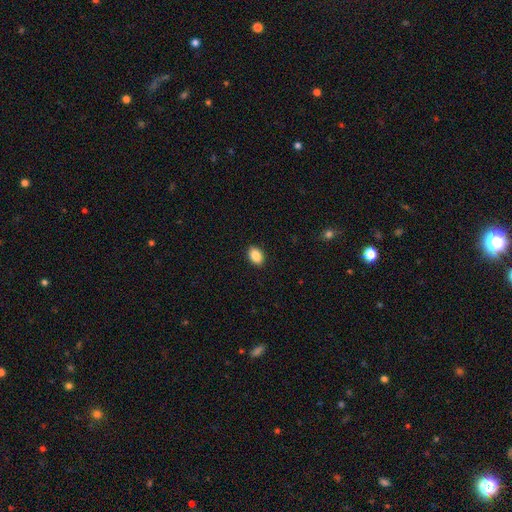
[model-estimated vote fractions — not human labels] A smooth galaxy with no disk features (88%) that is in between round and cigar-shaped (84%).

Vote fractions:
- Smooth or featured? smooth: 88% / star or artifact: 8% / featured or disk: 4%
- How rounded? in between: 84% / round: 14% / cigar-shaped: 1%
- Merging? none: 90% / minor disturbance: 7% / major disturbance: 2% / merger: 1%